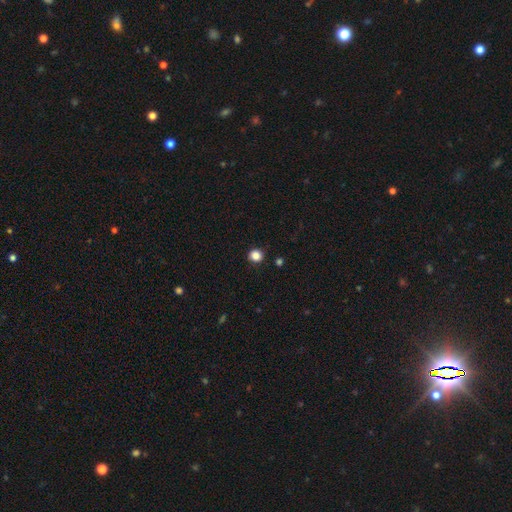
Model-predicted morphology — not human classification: smooth 84%, star or artifact 12%, featured or disk 4%. Down the decision tree: how rounded — round (89%); merging — none (90%).